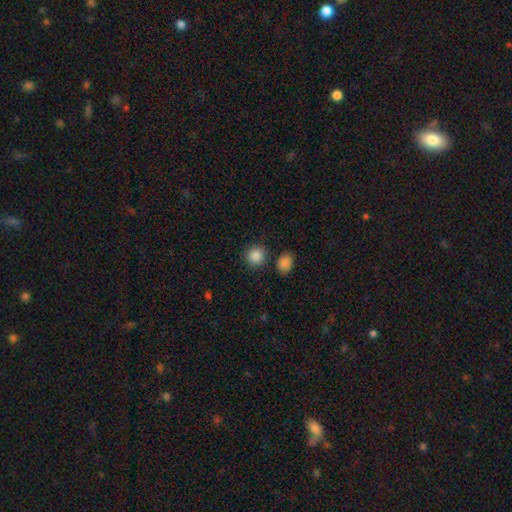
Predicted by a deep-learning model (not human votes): This is clearly a smooth galaxy (87%). How rounded: clearly round (89%). Merging: clearly none (82%).